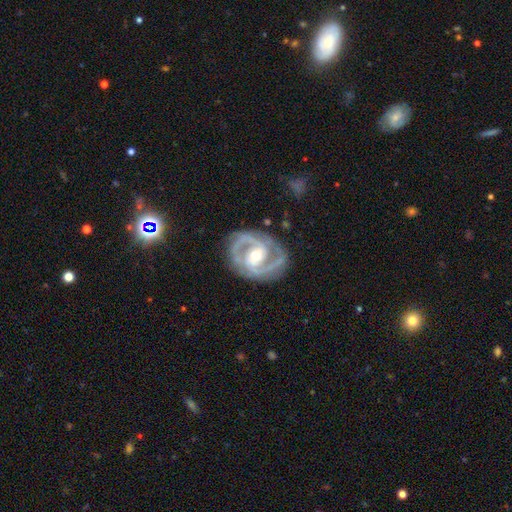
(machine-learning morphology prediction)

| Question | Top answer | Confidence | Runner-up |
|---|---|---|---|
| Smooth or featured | featured or disk | 91% | smooth (5%) |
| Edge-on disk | no | 97% | yes (3%) |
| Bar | no | 46% | weak (35%) |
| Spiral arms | yes | 96% | no (4%) |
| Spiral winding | medium | 47% | tight (44%) |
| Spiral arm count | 2 | 81% | 3 (9%) |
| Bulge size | moderate | 73% | small (19%) |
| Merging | none | 81% | minor disturbance (13%) |